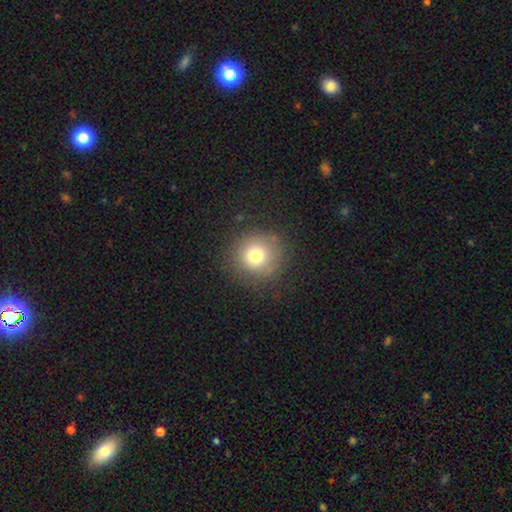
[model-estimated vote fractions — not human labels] This is likely a smooth galaxy (74%). How rounded: clearly round (93%). Merging: clearly none (83%).